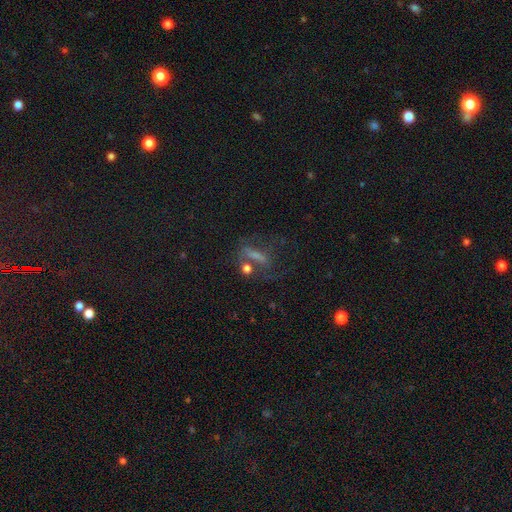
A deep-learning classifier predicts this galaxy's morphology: smooth 38%, featured or disk 36%, star or artifact 26%. Down the decision tree: merging — none (44%).